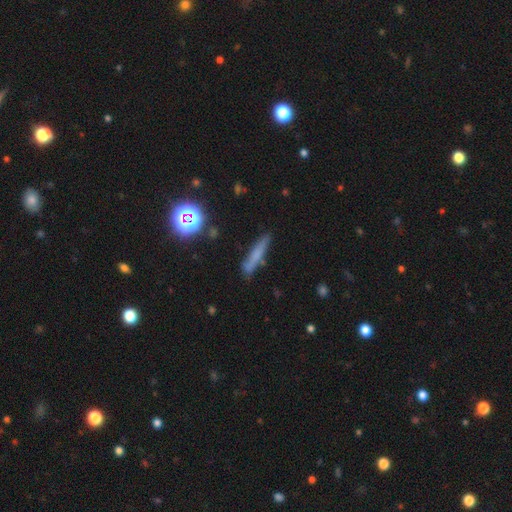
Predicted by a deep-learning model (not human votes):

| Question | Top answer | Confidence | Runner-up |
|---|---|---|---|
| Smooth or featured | smooth | 58% | featured or disk (28%) |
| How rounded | cigar-shaped | 89% | in between (8%) |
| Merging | none | 78% | minor disturbance (15%) |